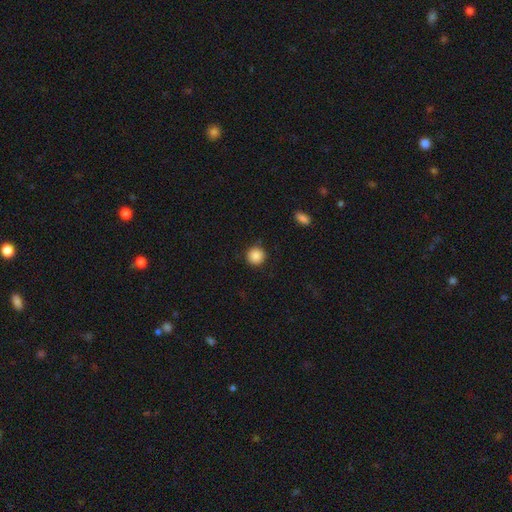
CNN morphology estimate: The model was most divided on "smooth or featured": smooth: 88%, star or artifact: 9%, featured or disk: 3%. More confident: how rounded — round (94%); merging — none (89%).